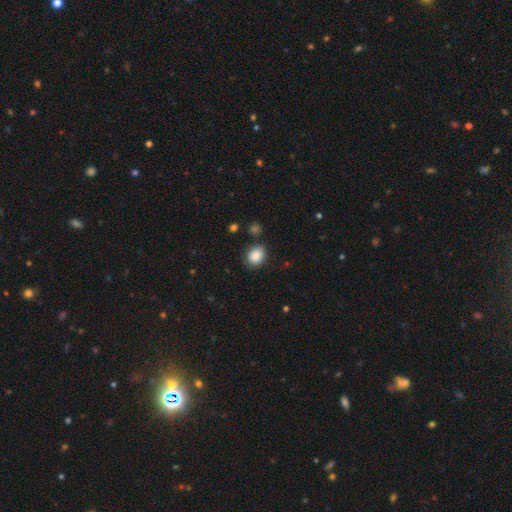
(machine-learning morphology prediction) Smooth or featured? smooth (87%)
How rounded? round (63%)
Merging? none (80%)